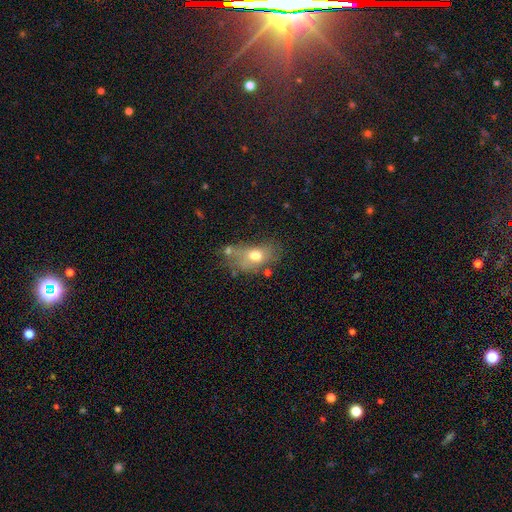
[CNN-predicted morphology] A smooth galaxy with no disk features (66%) that is in between round and cigar-shaped (79%).

Vote fractions:
- Smooth or featured? smooth: 66% / featured or disk: 24% / star or artifact: 10%
- How rounded? in between: 79% / round: 18% / cigar-shaped: 3%
- Merging? none: 35% / minor disturbance: 26% / major disturbance: 21% / merger: 18%